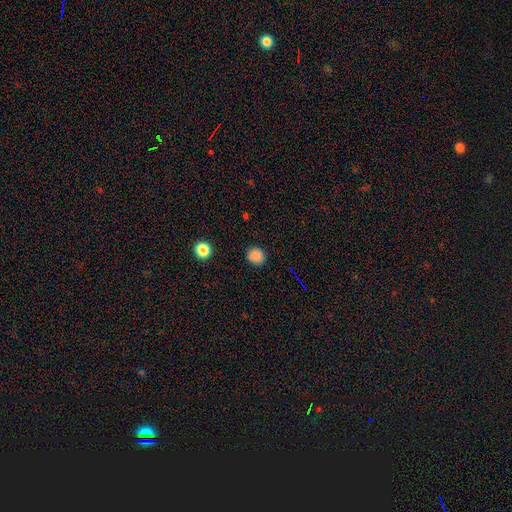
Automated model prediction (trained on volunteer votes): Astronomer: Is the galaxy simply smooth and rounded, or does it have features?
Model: smooth — 85%.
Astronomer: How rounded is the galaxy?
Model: round — 86%.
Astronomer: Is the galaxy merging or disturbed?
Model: none — 87%.